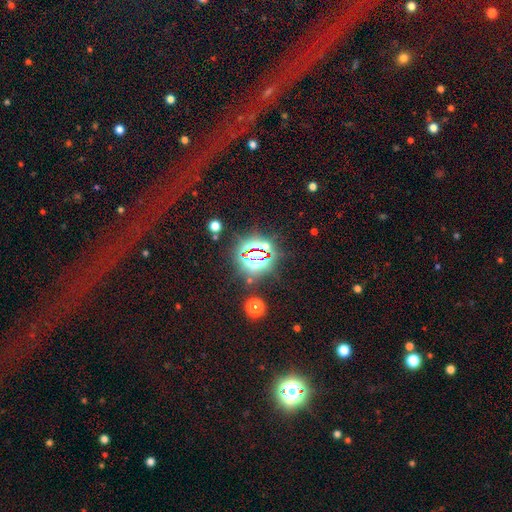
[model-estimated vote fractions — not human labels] The model was most divided on "smooth or featured": star or artifact: 77%, smooth: 14%, featured or disk: 9%.